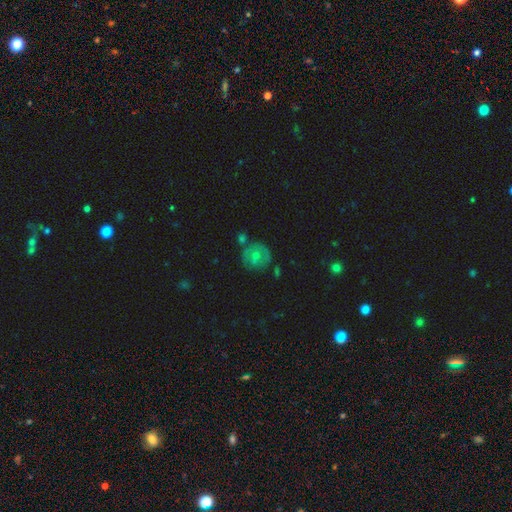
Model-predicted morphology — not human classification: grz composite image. It shows a featured or disk galaxy (53%) with no bar (66%), spiral arms (65%) and a small central bulge (48%). Merging: none (71%).